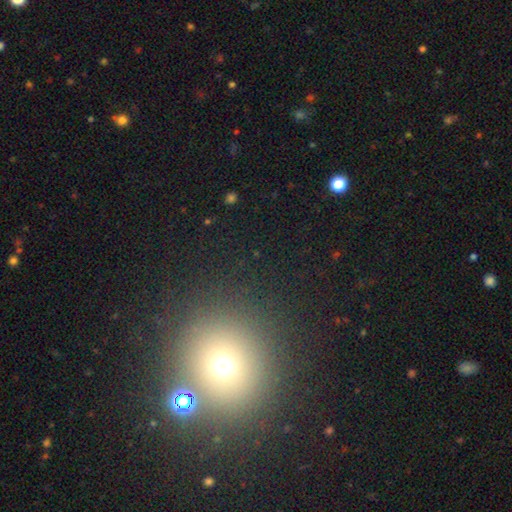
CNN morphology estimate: The model was most divided on "smooth or featured": smooth: 52%, star or artifact: 37%, featured or disk: 11%. More confident: how rounded — round (89%); merging — none (83%).